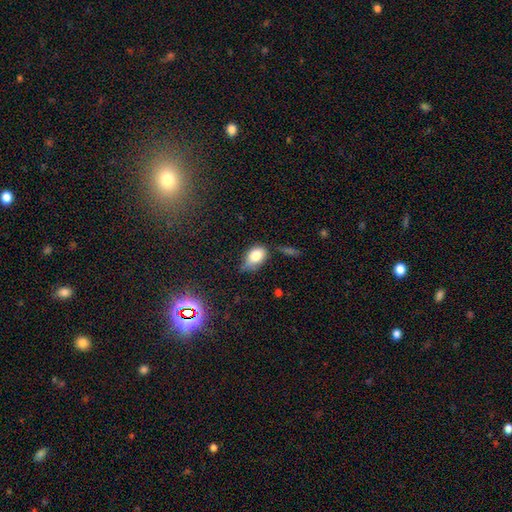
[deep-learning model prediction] Smooth or featured: smooth — 79% (featured or disk — 12%)
How rounded: in between — 84% (round — 14%)
Merging: none — 41% (minor disturbance — 40%)